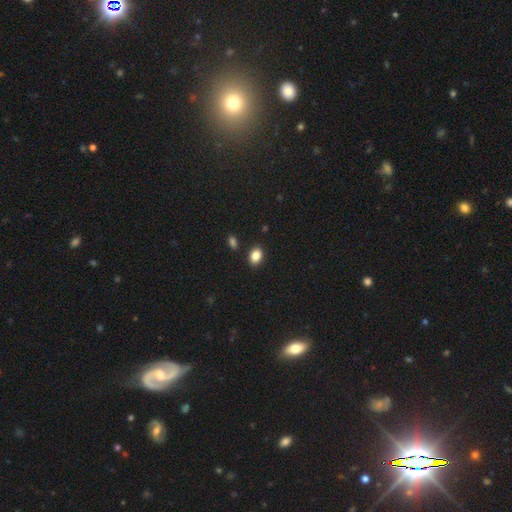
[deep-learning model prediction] smooth-or-featured: smooth: 86% | star or artifact: 9% | featured or disk: 4%
  how-rounded: in between: 72% | round: 27% | cigar-shaped: 1%
  merging: none: 86% | minor disturbance: 9% | merger: 3% | major disturbance: 2%